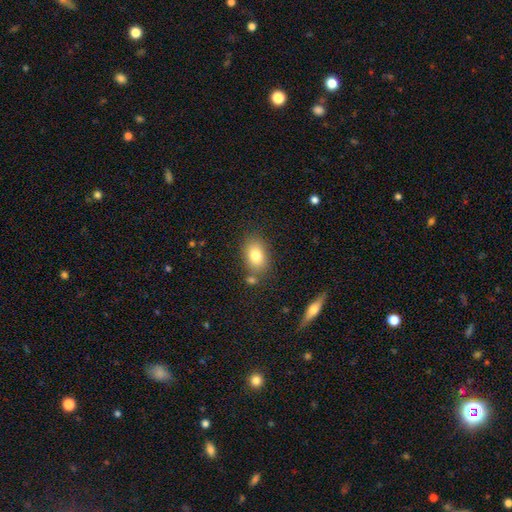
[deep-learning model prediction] smooth-or-featured: smooth: 81% | featured or disk: 10% | star or artifact: 9%
  how-rounded: in between: 81% | round: 17% | cigar-shaped: 1%
  merging: none: 75% | minor disturbance: 13% | merger: 8% | major disturbance: 4%